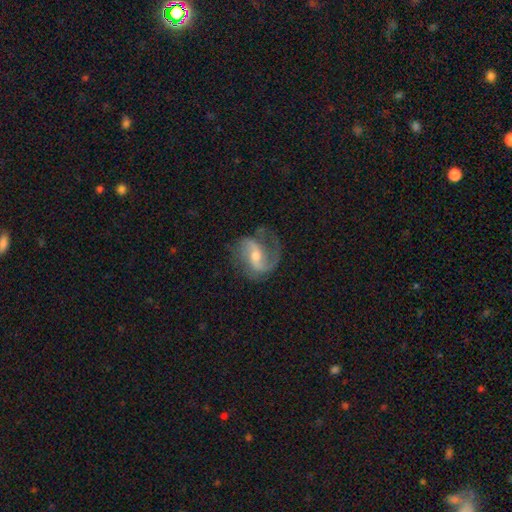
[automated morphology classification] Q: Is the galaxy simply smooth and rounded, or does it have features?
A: featured or disk — 87%.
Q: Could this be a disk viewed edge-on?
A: no — 97%.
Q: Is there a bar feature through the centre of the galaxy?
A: weak — 44%.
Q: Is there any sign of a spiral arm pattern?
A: yes — 96%.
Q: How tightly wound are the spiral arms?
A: medium — 47%.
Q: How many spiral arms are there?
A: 2 — 75%.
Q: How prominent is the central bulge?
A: moderate — 55%.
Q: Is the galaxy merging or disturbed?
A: none — 63%.